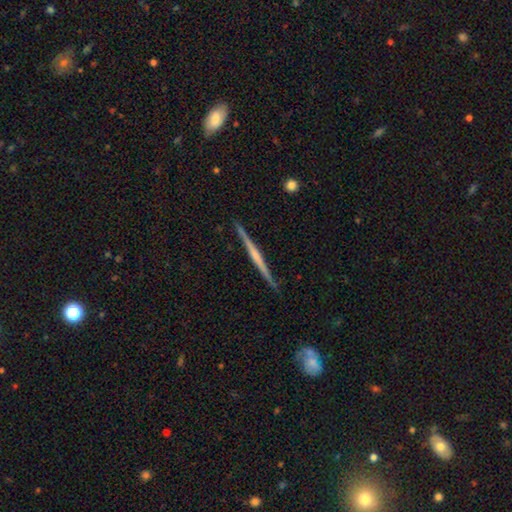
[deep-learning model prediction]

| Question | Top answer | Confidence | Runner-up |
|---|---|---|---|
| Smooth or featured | featured or disk | 73% | smooth (21%) |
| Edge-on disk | yes | 98% | no (2%) |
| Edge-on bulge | none | 45% | rounded (40%) |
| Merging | none | 90% | minor disturbance (7%) |